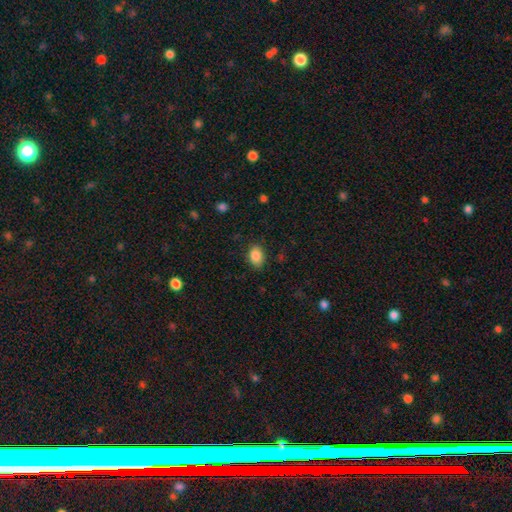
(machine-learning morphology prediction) The model was most divided on "how rounded": in between: 81%, round: 18%, cigar-shaped: 1%. More confident: smooth or featured — smooth (87%); merging — none (84%).